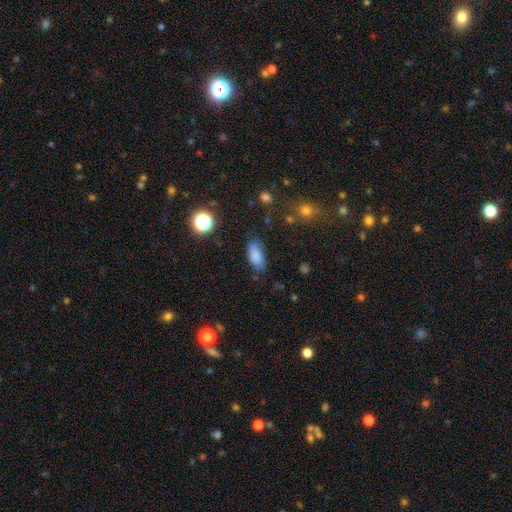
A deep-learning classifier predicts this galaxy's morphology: smooth-or-featured: smooth: 82% | star or artifact: 10% | featured or disk: 8%
  how-rounded: in between: 88% | cigar-shaped: 8% | round: 3%
  merging: none: 73% | minor disturbance: 20% | major disturbance: 5% | merger: 2%